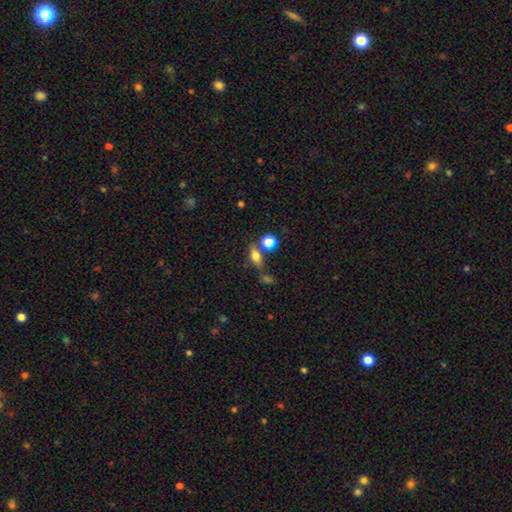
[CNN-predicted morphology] type=smooth (70%); roundness=in between (71%); merging=none (64%).